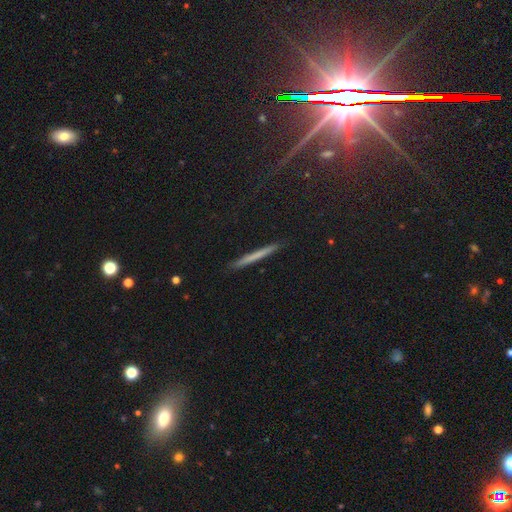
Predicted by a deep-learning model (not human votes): smooth-or-featured: smooth: 61% | featured or disk: 30% | star or artifact: 9%
  how-rounded: cigar-shaped: 96% | in between: 2% | round: 2%
  merging: none: 91% | minor disturbance: 7% | major disturbance: 1% | merger: 1%